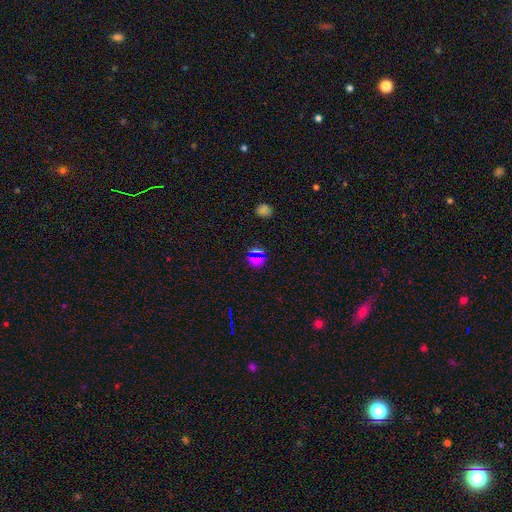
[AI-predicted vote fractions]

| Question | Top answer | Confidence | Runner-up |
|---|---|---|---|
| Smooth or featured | smooth | 48% | star or artifact (43%) |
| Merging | none | 82% | minor disturbance (9%) |